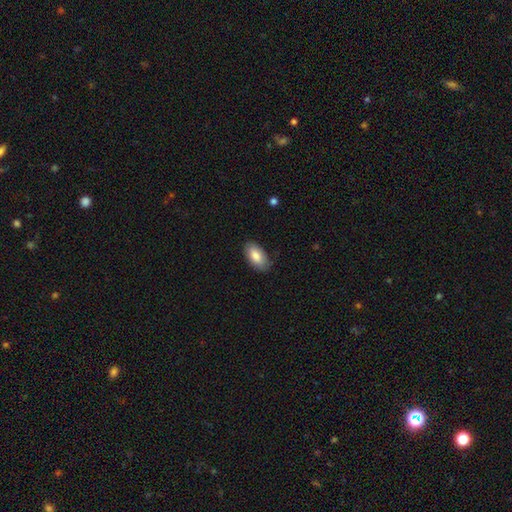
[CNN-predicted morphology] Overall: smooth (84%). How rounded: in between (94%). Merging: none (82%).